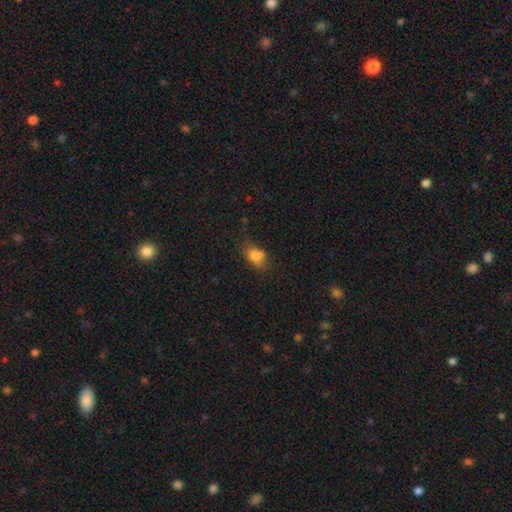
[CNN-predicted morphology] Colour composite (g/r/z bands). It shows a smooth galaxy with no disk features (71%) that is in between round and cigar-shaped (69%). Merging: none (39%).